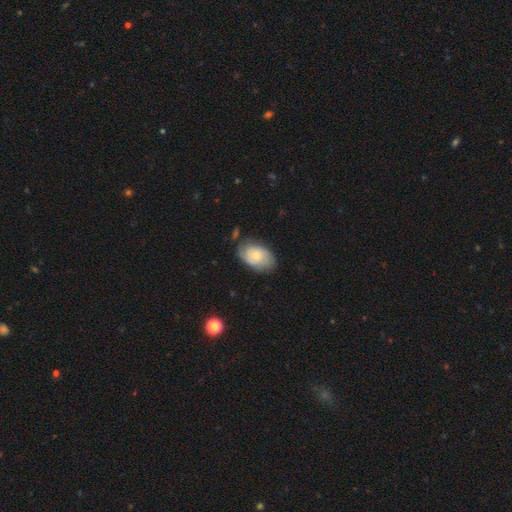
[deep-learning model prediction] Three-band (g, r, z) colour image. It shows a smooth galaxy with no disk features (51%) that is in between round and cigar-shaped (87%). Merging: none (68%).